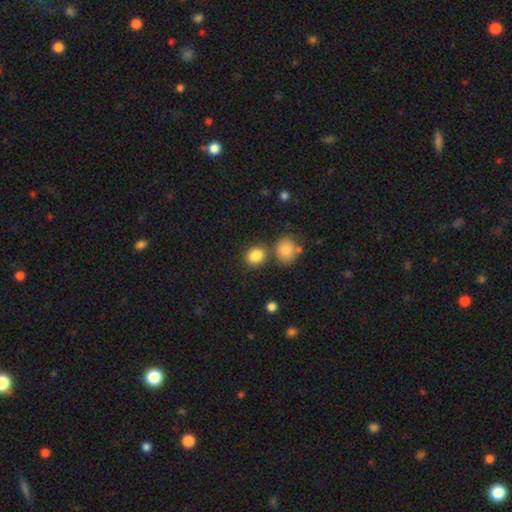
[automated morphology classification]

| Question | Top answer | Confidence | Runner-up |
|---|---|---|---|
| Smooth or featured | smooth | 85% | star or artifact (10%) |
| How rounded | round | 70% | in between (28%) |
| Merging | none | 69% | merger (17%) |